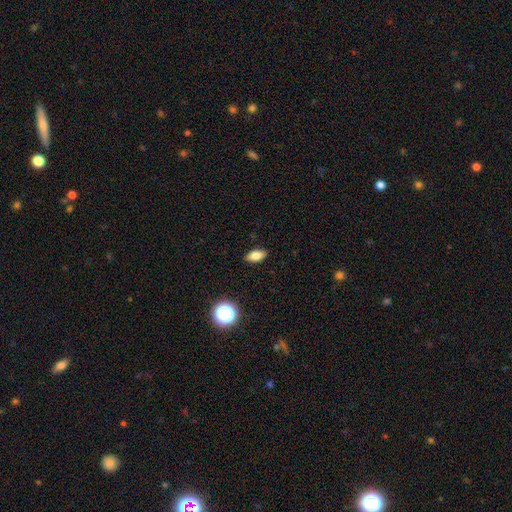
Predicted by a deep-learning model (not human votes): Smooth or featured?
  - smooth: 81% *
  - star or artifact: 10%
  - featured or disk: 9%
How rounded?
  - in between: 88% *
  - cigar-shaped: 7%
  - round: 6%
Merging?
  - none: 90% *
  - minor disturbance: 7%
  - major disturbance: 2%
  - merger: 1%